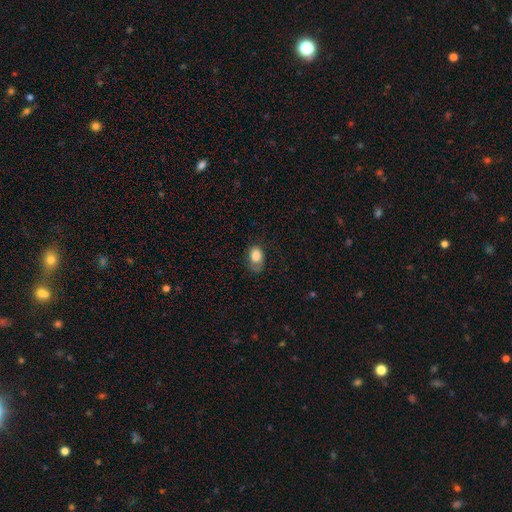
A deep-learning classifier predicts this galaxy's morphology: Smooth or featured? Predicted: smooth (p=0.81). How rounded? Predicted: in between (p=0.76). Merging? Predicted: none (p=0.48).